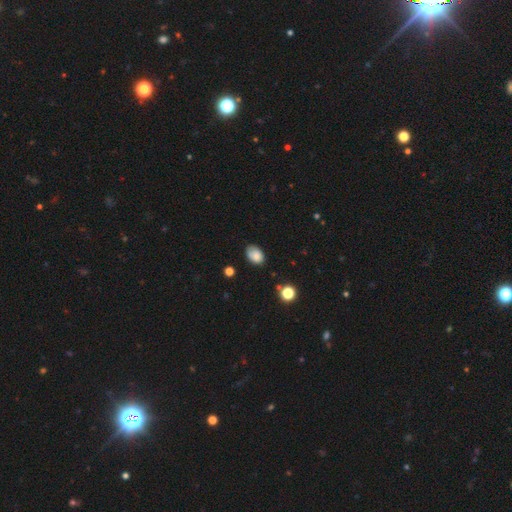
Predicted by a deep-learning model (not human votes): The model was most divided on "merging": none: 67%, minor disturbance: 25%, major disturbance: 5%, merger: 2%. More confident: smooth or featured — smooth (82%); how rounded — in between (81%).